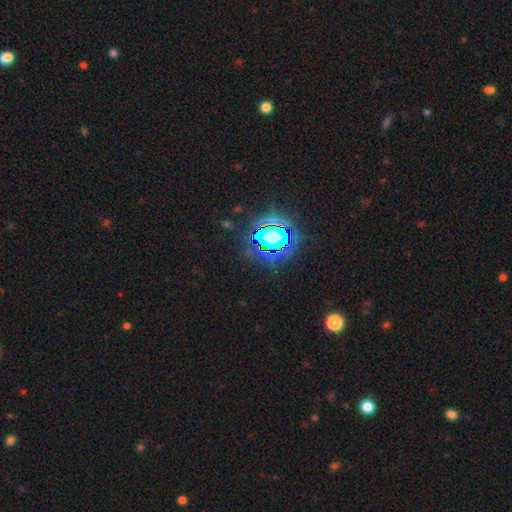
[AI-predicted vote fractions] A star or artifact, not a galaxy (83%).